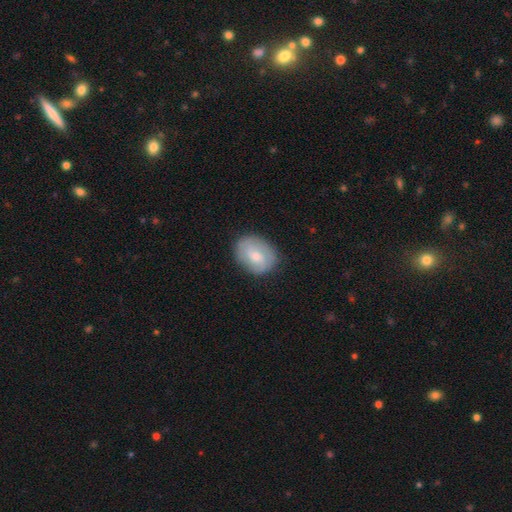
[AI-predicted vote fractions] Smooth or featured? Predicted: smooth (p=0.56). How rounded? Predicted: in between (p=0.62). Merging? Predicted: none (p=0.77).